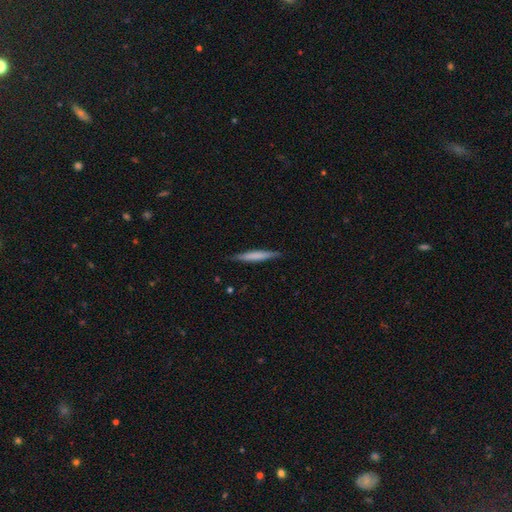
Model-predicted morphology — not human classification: Overall: smooth (60%; featured or disk 35%). How rounded: cigar-shaped (95%). Merging: none (88%).